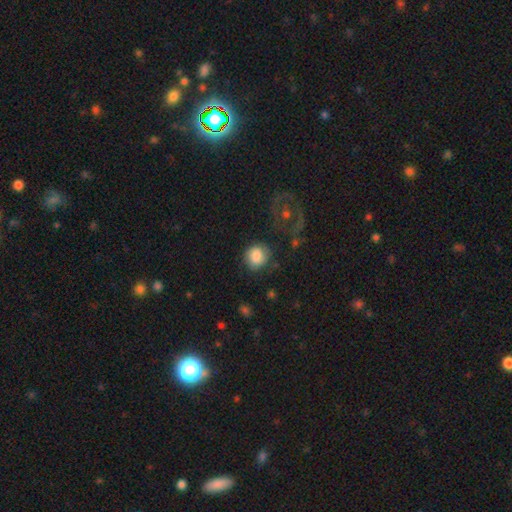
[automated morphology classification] This is clearly a smooth galaxy (80%). How rounded: likely round (78%). Merging: likely none (69%).